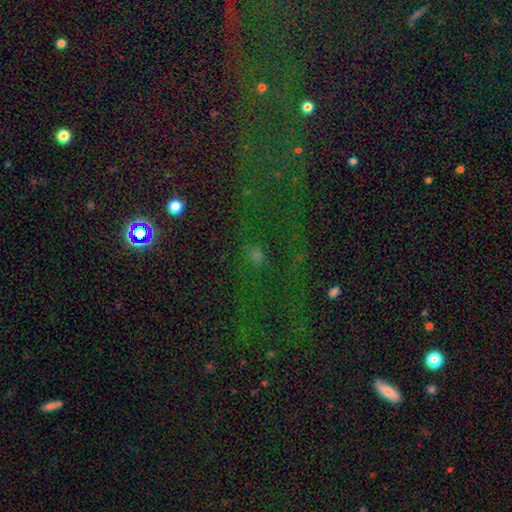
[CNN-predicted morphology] Overall: star or artifact (48%; smooth 40%).